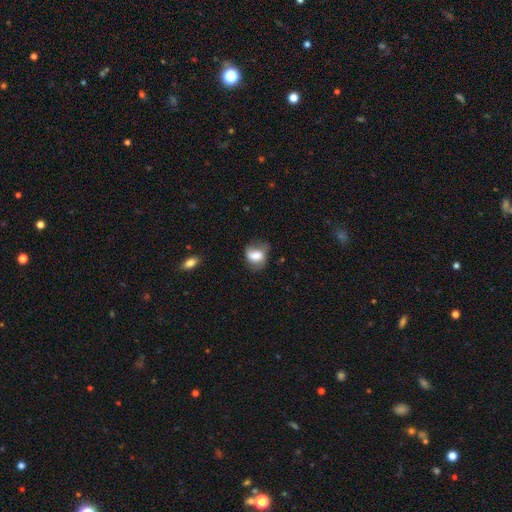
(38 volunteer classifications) Smooth or featured? smooth (68%)
How rounded? in between (58%)
Merging? none (40%)